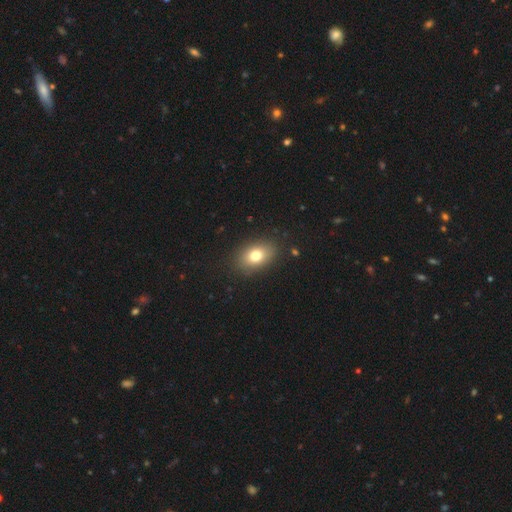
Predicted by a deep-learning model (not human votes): Smooth or featured? Predicted: smooth (p=0.76). How rounded? Predicted: in between (p=0.81). Merging? Predicted: none (p=0.86).